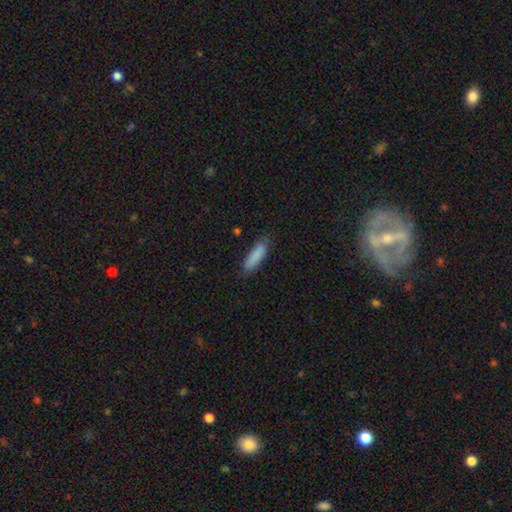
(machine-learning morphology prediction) Overall: smooth (87%). How rounded: cigar-shaped (63%; in between 35%). Merging: none (79%).